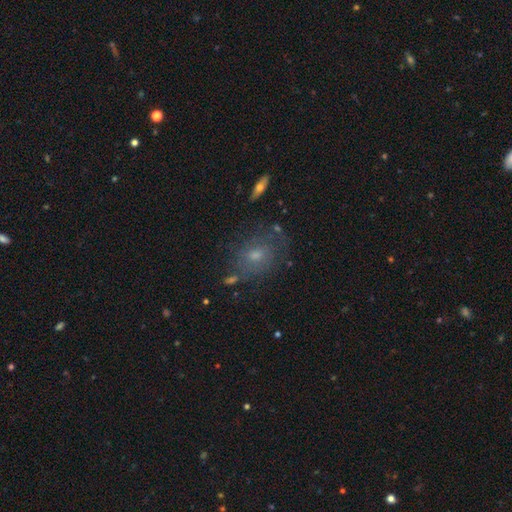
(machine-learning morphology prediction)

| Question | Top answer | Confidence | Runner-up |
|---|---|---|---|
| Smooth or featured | smooth | 41% | featured or disk (39%) |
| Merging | none | 69% | minor disturbance (18%) |